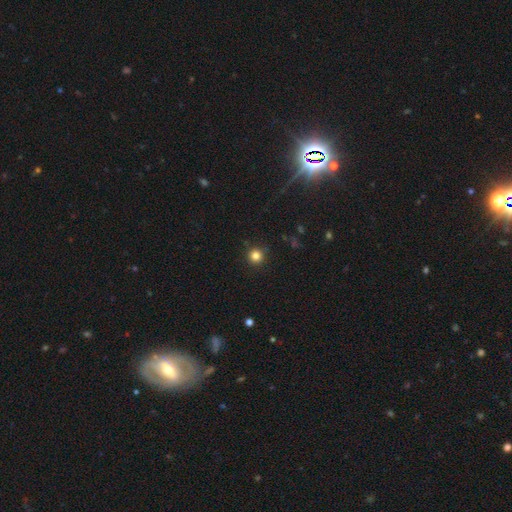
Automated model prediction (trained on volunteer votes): Overall: smooth (83%). How rounded: round (96%). Merging: none (92%).